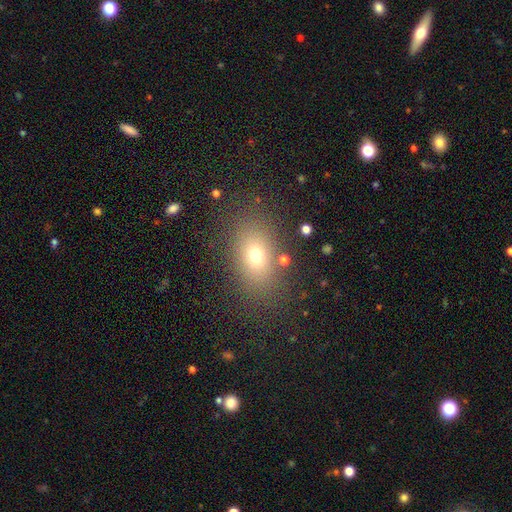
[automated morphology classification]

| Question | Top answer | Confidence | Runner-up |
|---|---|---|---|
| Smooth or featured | smooth | 70% | star or artifact (16%) |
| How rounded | in between | 75% | round (23%) |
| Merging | none | 82% | minor disturbance (10%) |